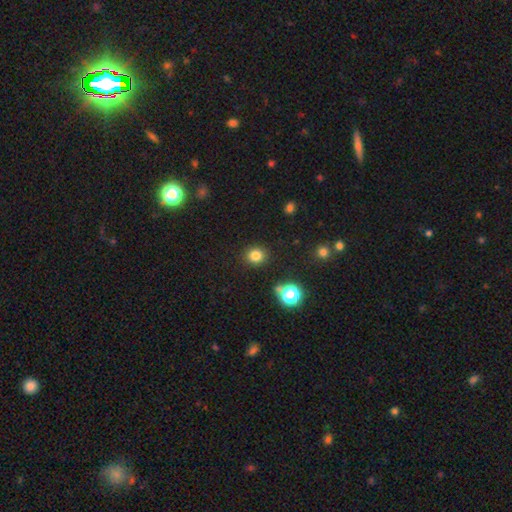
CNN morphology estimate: A smooth galaxy with no disk features (81%) that is round (84%).

Vote fractions:
- Smooth or featured? smooth: 81% / star or artifact: 14% / featured or disk: 5%
- How rounded? round: 84% / in between: 15% / cigar-shaped: 1%
- Merging? none: 89% / minor disturbance: 7% / major disturbance: 2% / merger: 2%